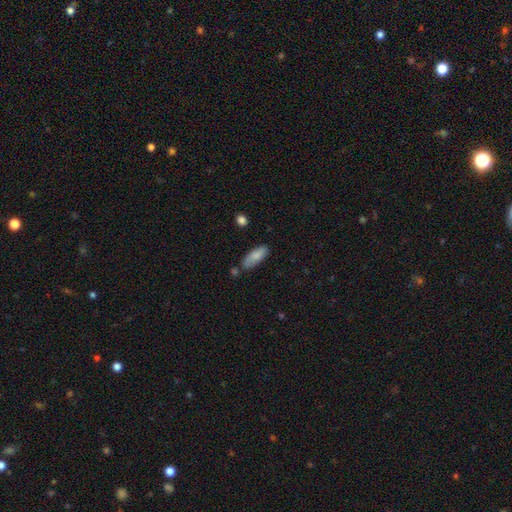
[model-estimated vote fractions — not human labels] Smooth or featured?
  - smooth: 83% *
  - featured or disk: 11%
  - star or artifact: 6%
How rounded?
  - in between: 73% *
  - cigar-shaped: 25%
  - round: 2%
Merging?
  - none: 68% *
  - minor disturbance: 21%
  - merger: 7%
  - major disturbance: 4%